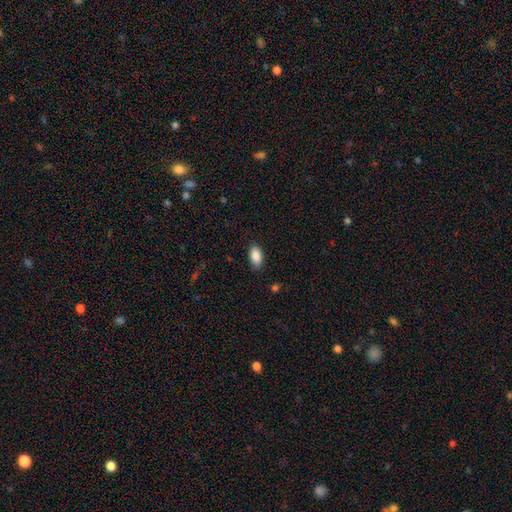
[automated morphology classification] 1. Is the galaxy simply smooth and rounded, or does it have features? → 89% smooth, 7% star or artifact, 4% featured or disk.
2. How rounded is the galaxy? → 92% in between, 4% cigar-shaped, 3% round.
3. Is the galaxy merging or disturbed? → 85% none, 11% minor disturbance, 3% major disturbance, 1% merger.